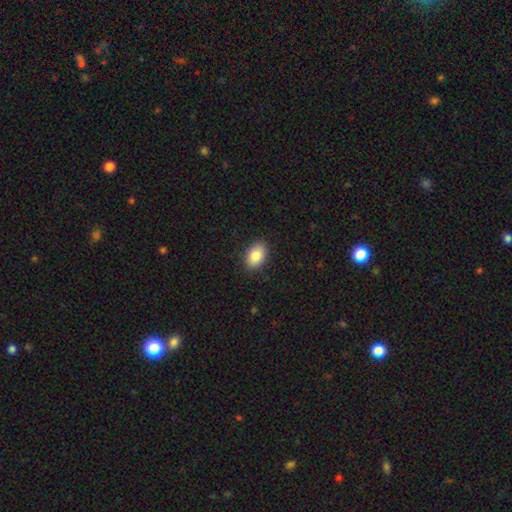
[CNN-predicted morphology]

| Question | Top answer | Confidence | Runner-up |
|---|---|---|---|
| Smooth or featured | smooth | 87% | star or artifact (7%) |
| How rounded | in between | 86% | round (13%) |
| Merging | none | 88% | minor disturbance (9%) |